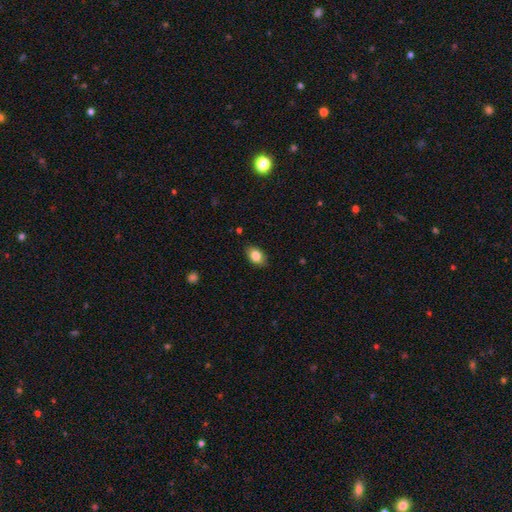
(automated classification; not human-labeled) Smooth or featured? smooth (85%)
How rounded? in between (84%)
Merging? none (84%)